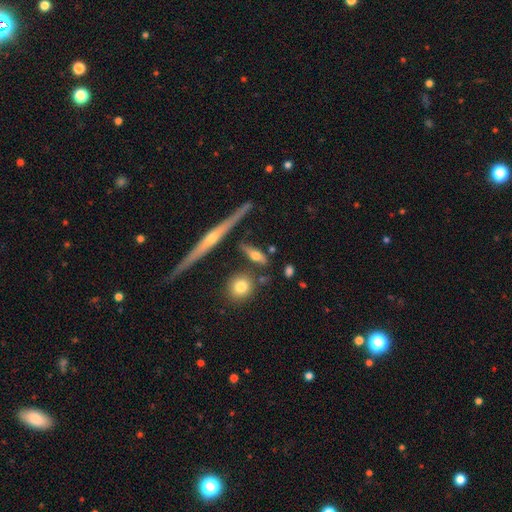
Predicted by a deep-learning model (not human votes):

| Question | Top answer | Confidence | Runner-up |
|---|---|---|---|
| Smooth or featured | smooth | 51% | featured or disk (40%) |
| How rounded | in between | 45% | cigar-shaped (43%) |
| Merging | none | 73% | minor disturbance (14%) |